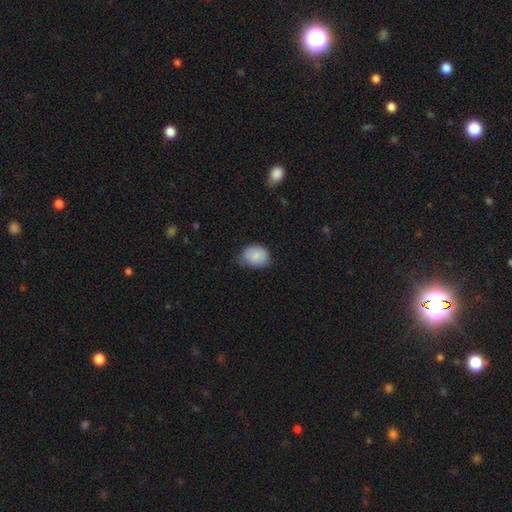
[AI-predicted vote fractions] Overall: smooth (86%). How rounded: in between (59%; round 40%). Merging: none (65%; minor disturbance 29%).